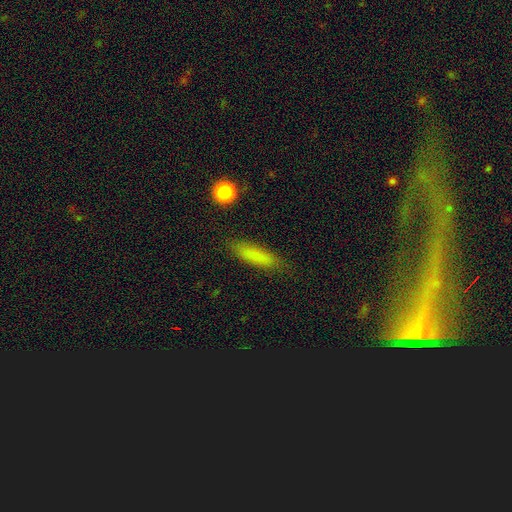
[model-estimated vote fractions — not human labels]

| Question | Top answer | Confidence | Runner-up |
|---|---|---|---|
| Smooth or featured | smooth | 79% | featured or disk (12%) |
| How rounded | cigar-shaped | 79% | in between (19%) |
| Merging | none | 83% | minor disturbance (12%) |